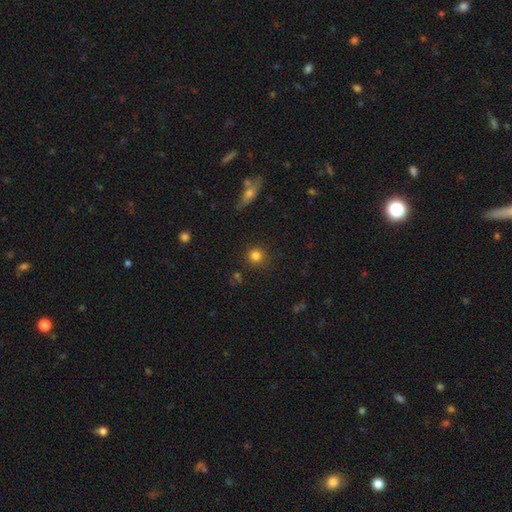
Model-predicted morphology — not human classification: Smooth or featured?
  - smooth: 82% *
  - star or artifact: 12%
  - featured or disk: 6%
How rounded?
  - round: 92% *
  - in between: 7%
  - cigar-shaped: 1%
Merging?
  - none: 88% *
  - minor disturbance: 7%
  - major disturbance: 2%
  - merger: 2%